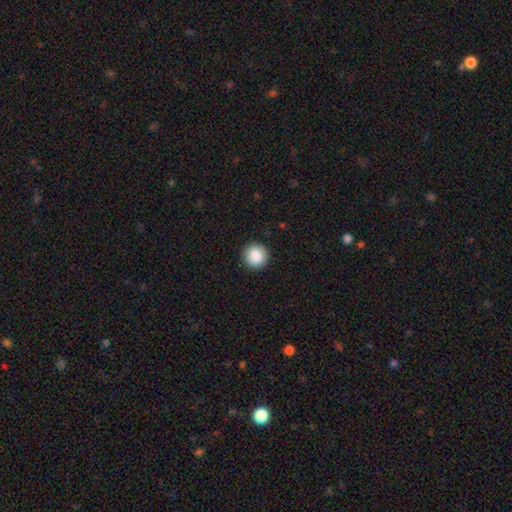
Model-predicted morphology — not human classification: Q: Smooth or featured?
A: smooth (87%); runner-up: star or artifact (8%)
Q: How rounded?
A: round (94%); runner-up: in between (5%)
Q: Merging?
A: none (92%); runner-up: minor disturbance (5%)